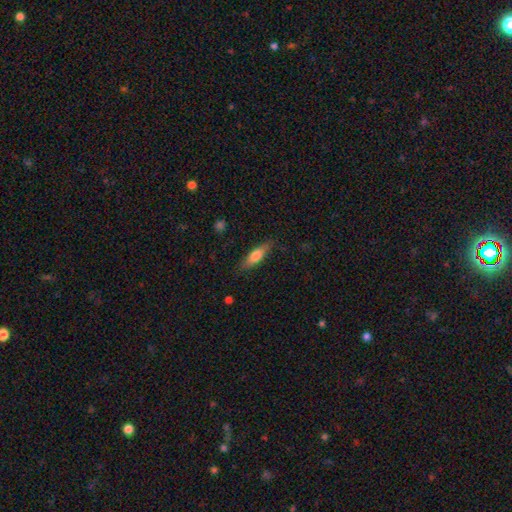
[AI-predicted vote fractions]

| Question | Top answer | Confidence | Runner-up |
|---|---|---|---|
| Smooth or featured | smooth | 70% | featured or disk (24%) |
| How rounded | cigar-shaped | 55% | in between (43%) |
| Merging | none | 83% | minor disturbance (13%) |